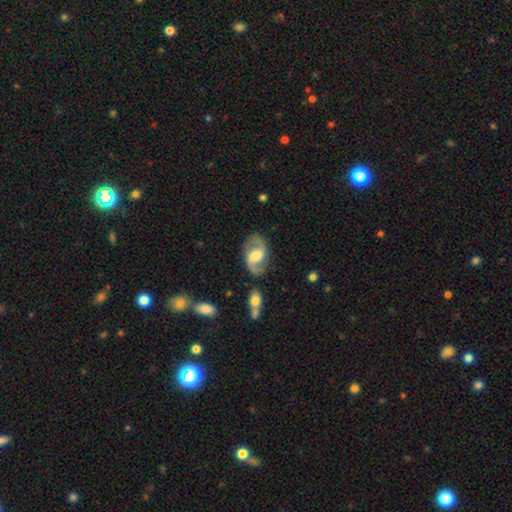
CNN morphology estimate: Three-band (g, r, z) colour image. It shows a featured or disk galaxy (71%) with a weak bar (47%), 2 (88%) medium (47%) spiral arms (85%) and a moderate central bulge (48%). Merging: none (74%).